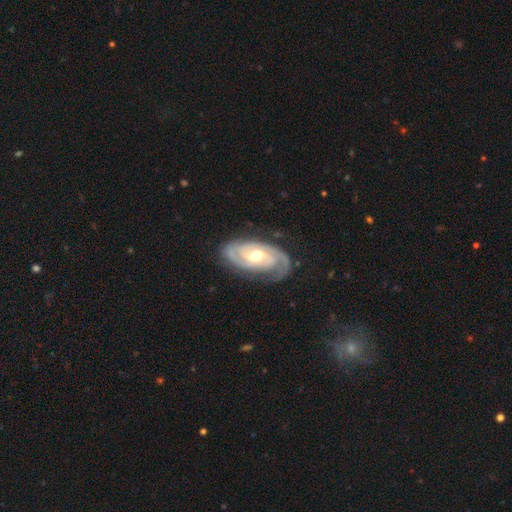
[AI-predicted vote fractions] This appears to be a featured or disk galaxy (91%) with no bar (46%), 2 (71%) tight (67%) spiral arms (97%) and a moderate central bulge (76%). Merging: none (78%).